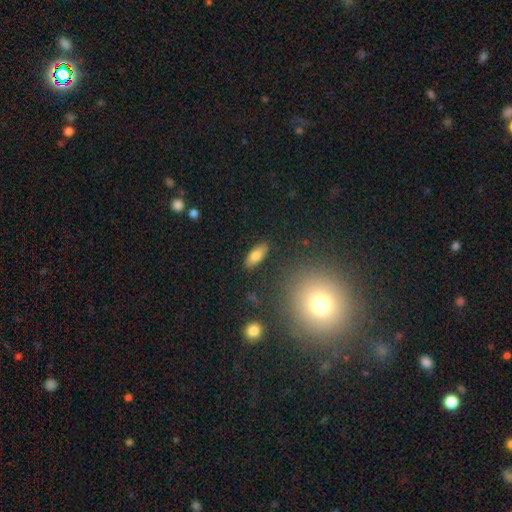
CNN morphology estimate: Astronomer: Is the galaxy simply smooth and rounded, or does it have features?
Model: smooth — 79%.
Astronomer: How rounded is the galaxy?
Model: in between — 81%.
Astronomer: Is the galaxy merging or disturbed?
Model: none — 86%.